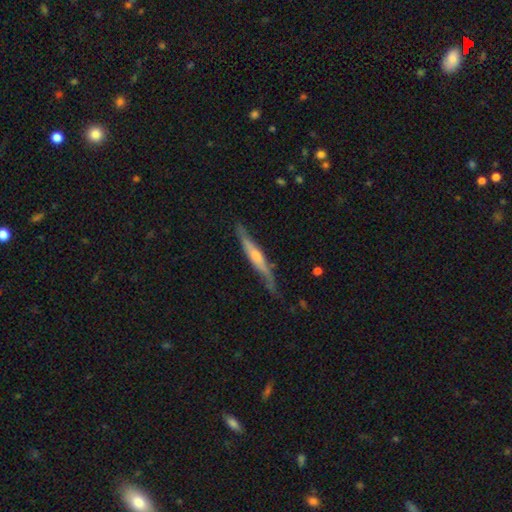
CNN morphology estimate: Smooth or featured: featured or disk — 64% (smooth — 31%)
Edge-on disk: yes — 91% (no — 9%)
Edge-on bulge: rounded — 58% (none — 24%)
Merging: none — 73% (minor disturbance — 20%)